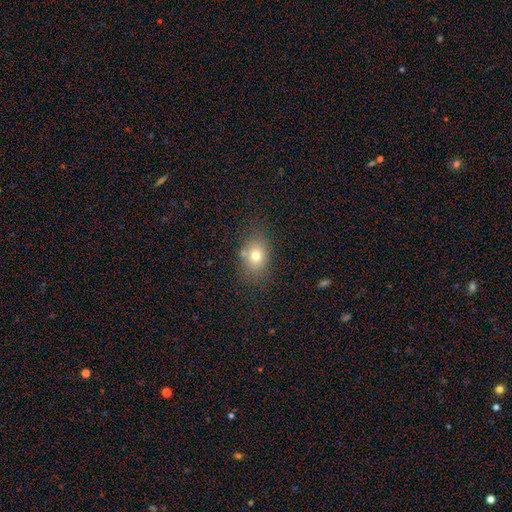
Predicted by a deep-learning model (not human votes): A smooth galaxy with no disk features (73%) that is in between round and cigar-shaped (62%). Merging: none (72%).